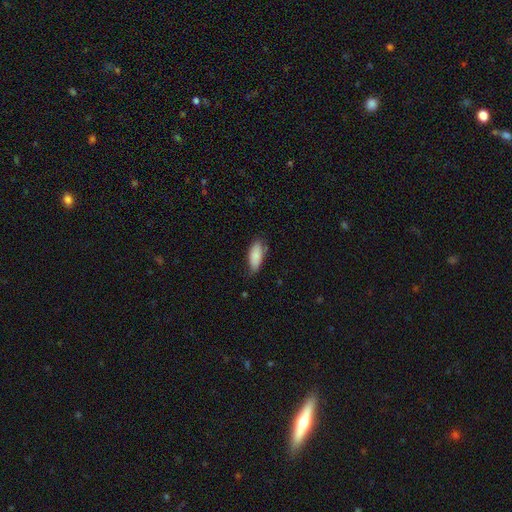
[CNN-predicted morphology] A smooth galaxy with no disk features (85%) that is in between round and cigar-shaped (85%). Merging: none (64%).